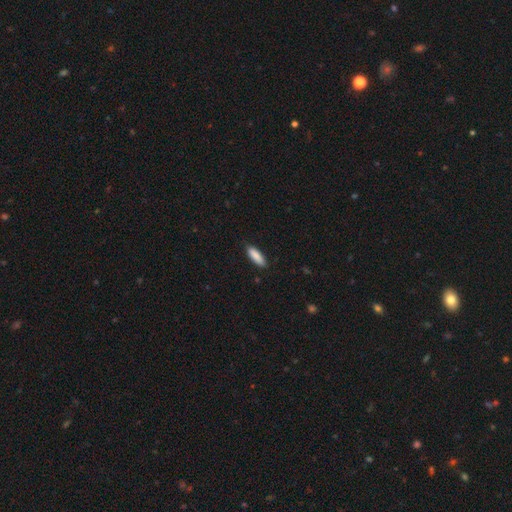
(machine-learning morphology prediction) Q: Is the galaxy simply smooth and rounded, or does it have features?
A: smooth — 89%.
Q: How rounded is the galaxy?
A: cigar-shaped — 50%.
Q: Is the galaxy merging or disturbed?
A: none — 88%.